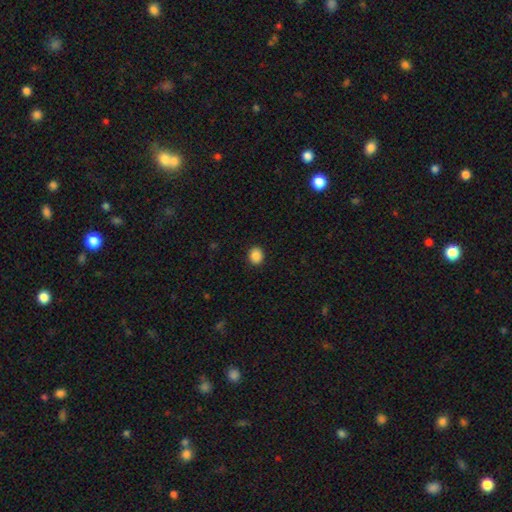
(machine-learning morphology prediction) smooth 88%, star or artifact 9%, featured or disk 3%. Down the decision tree: how rounded — round (66%); merging — none (91%).